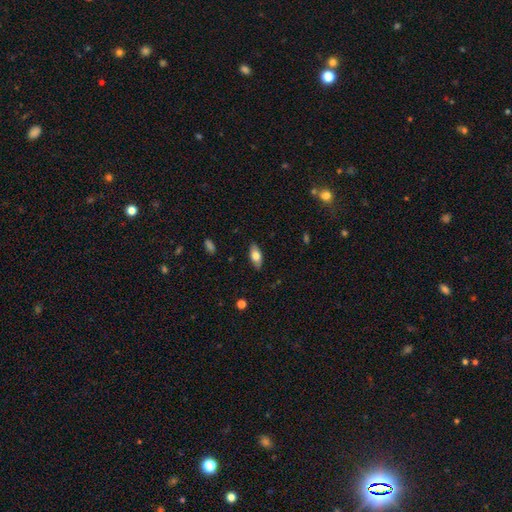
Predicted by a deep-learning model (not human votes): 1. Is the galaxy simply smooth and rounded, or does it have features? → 70% smooth, 23% featured or disk, 7% star or artifact.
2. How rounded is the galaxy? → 85% in between, 12% cigar-shaped, 3% round.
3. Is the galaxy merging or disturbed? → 86% none, 11% minor disturbance, 2% major disturbance, 1% merger.